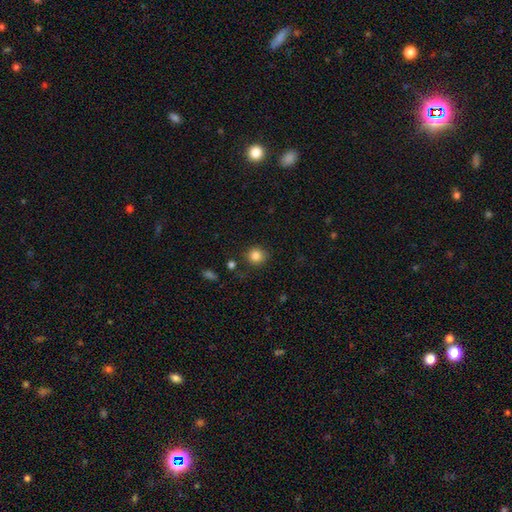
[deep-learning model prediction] This appears to be a smooth galaxy with no disk features (85%) that is round (90%). Merging: none (85%).